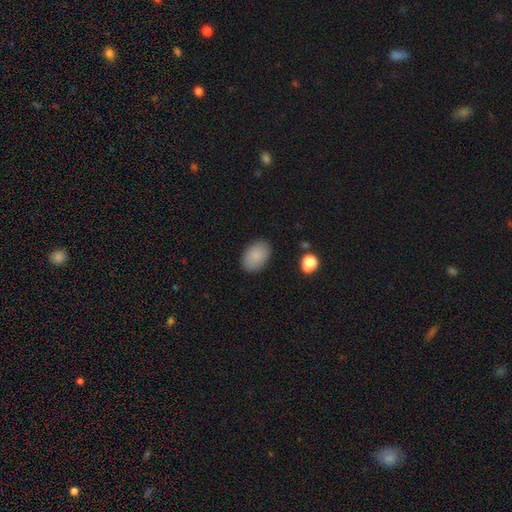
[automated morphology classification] type=smooth (87%); roundness=in between (87%); merging=none (86%).